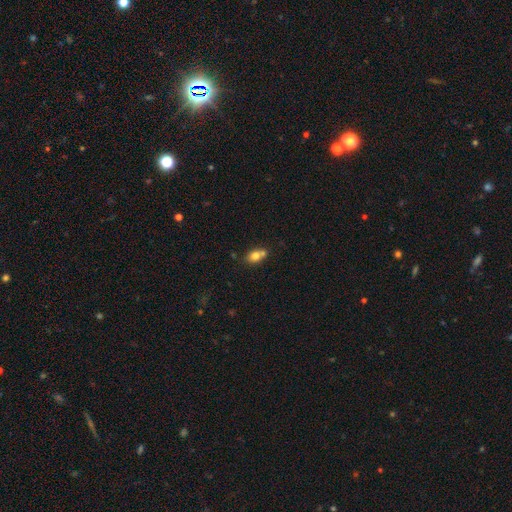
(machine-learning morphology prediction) A smooth galaxy with no disk features (75%) that is in between round and cigar-shaped (64%).

Vote fractions:
- Smooth or featured? smooth: 75% / featured or disk: 14% / star or artifact: 10%
- How rounded? in between: 64% / round: 34% / cigar-shaped: 2%
- Merging? none: 49% / merger: 35% / minor disturbance: 13% / major disturbance: 4%